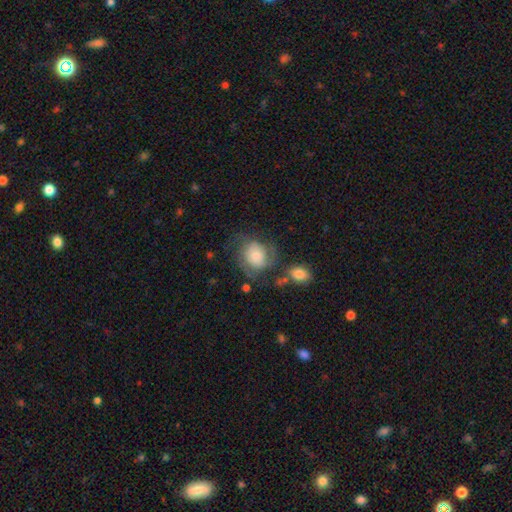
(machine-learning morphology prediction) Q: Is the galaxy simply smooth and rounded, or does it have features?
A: smooth — 56%.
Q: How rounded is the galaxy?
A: round — 72%.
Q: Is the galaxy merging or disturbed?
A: none — 46%.